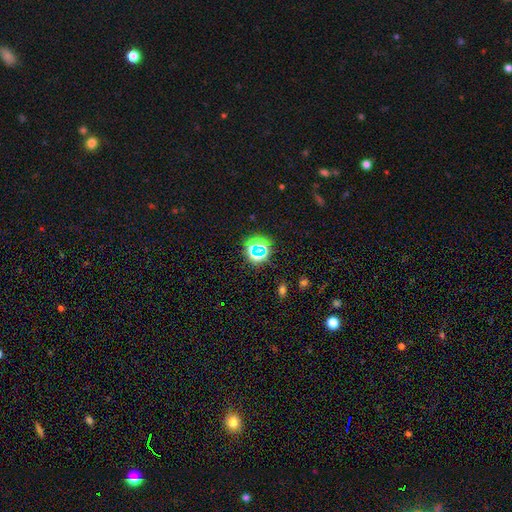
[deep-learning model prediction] smooth_or_featured: star or artifact (p=0.67) [alt: smooth p=0.23]